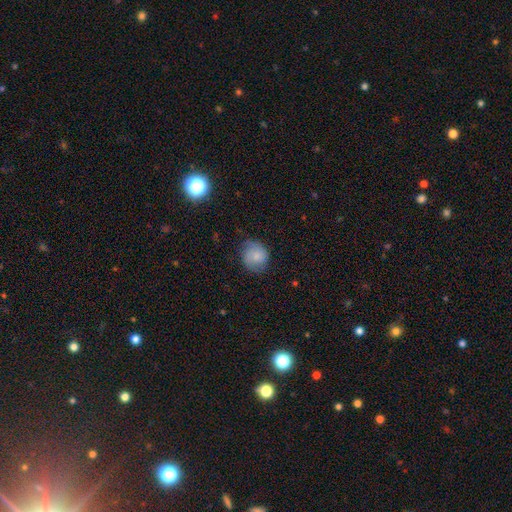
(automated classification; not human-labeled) This is likely a smooth galaxy (66%). How rounded: clearly round (81%). Merging: likely none (63%).